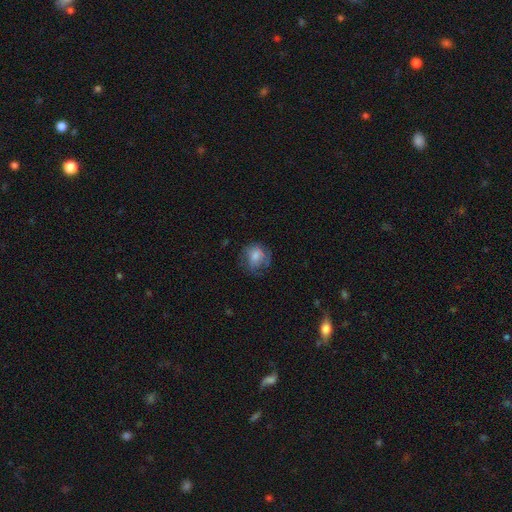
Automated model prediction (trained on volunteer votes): Smooth or featured?
  - smooth: 66% *
  - featured or disk: 24%
  - star or artifact: 9%
How rounded?
  - round: 67% *
  - in between: 32%
  - cigar-shaped: 1%
Merging?
  - none: 57% *
  - minor disturbance: 24%
  - major disturbance: 17%
  - merger: 1%